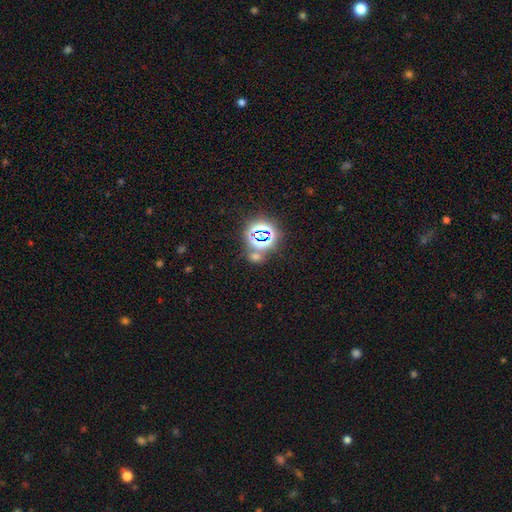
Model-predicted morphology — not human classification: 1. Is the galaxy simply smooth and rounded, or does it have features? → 61% star or artifact, 31% smooth, 8% featured or disk.